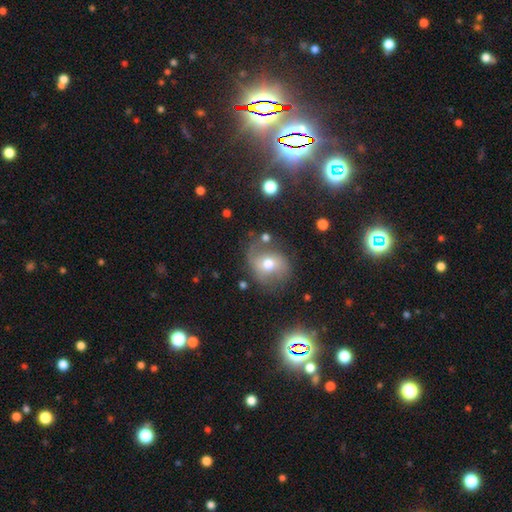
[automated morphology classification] Overall: featured or disk (42%; smooth 37%). Merging: none (62%).